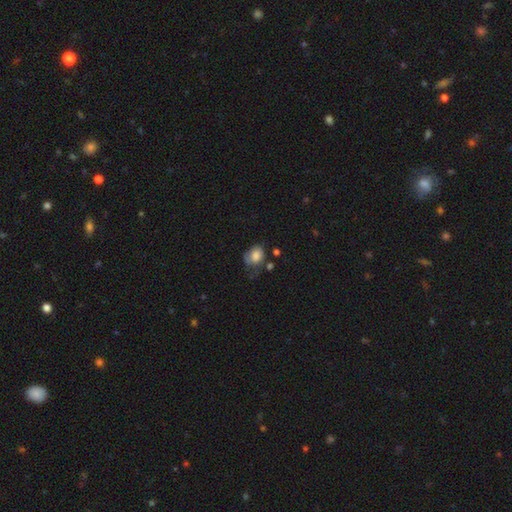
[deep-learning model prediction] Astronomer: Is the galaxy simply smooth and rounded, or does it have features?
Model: smooth — 70%.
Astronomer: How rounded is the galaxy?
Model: in between — 60% (runner-up: round, 39%).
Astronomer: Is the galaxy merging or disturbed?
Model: none — 34% (runner-up: minor disturbance, 33%).